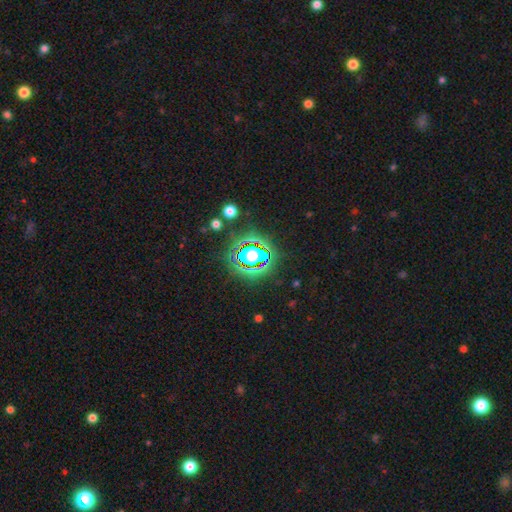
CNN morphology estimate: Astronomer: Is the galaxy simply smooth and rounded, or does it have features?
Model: star or artifact — 81%.